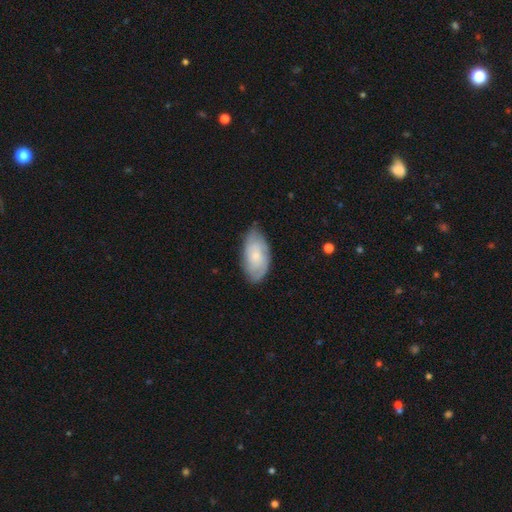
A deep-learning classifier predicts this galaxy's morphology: The model was most divided on "smooth or featured": featured or disk: 48%, smooth: 46%, star or artifact: 6%. More confident: merging — none (72%).